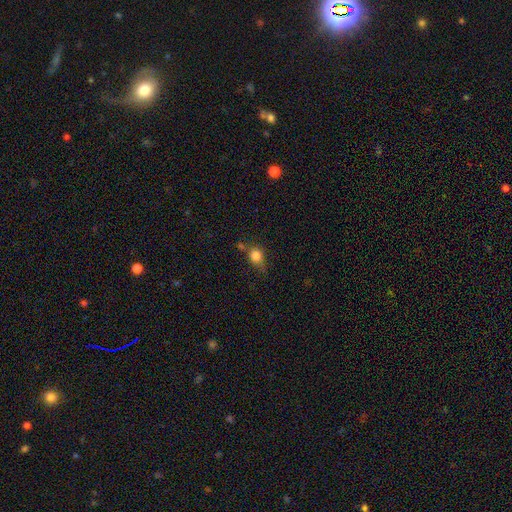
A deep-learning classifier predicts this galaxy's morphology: Smooth or featured? Predicted: smooth (p=0.81). How rounded? Predicted: round (p=0.70). Merging? Predicted: none (p=0.52).